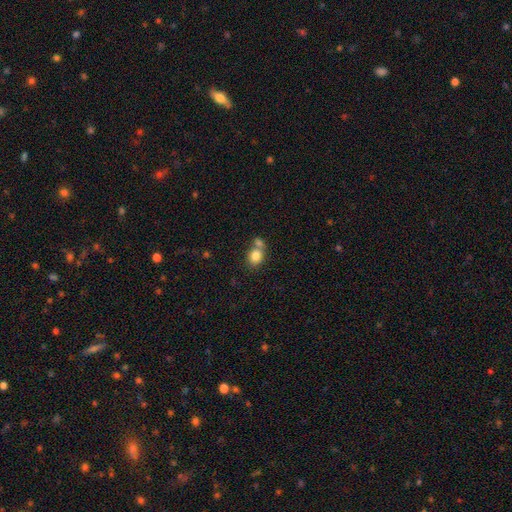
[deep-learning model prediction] smooth_or_featured: smooth (p=0.82) [alt: star or artifact p=0.09]
how_rounded: round (p=0.60) [alt: in between p=0.39]
merging: none (p=0.44) [alt: merger p=0.42]